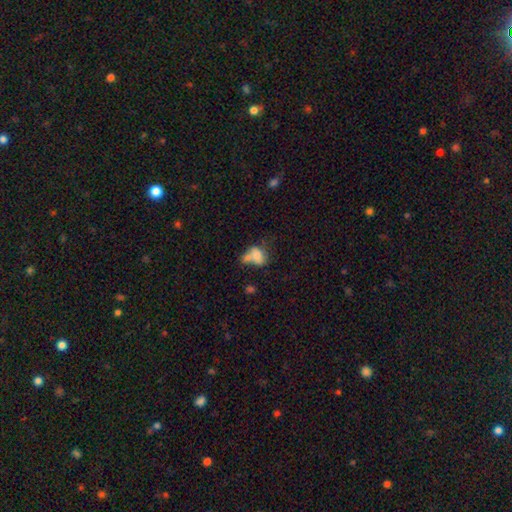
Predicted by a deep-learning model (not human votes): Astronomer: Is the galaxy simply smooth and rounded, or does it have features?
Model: smooth — 68%.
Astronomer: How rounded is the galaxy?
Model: in between — 75%.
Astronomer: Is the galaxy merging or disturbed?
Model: merger — 48%.